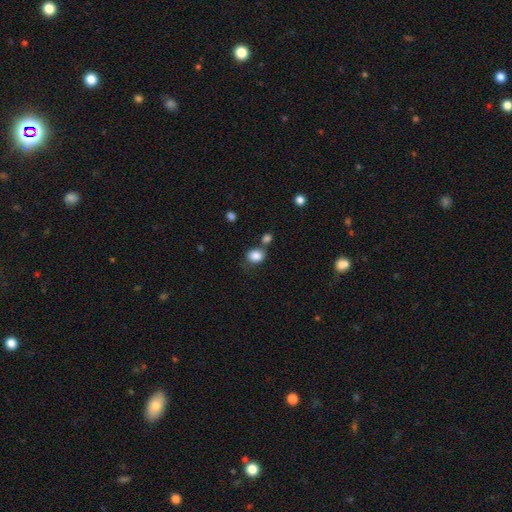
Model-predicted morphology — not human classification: Q: Smooth or featured?
A: smooth (85%); runner-up: star or artifact (9%)
Q: How rounded?
A: round (55%); runner-up: in between (44%)
Q: Merging?
A: none (58%); runner-up: merger (21%)